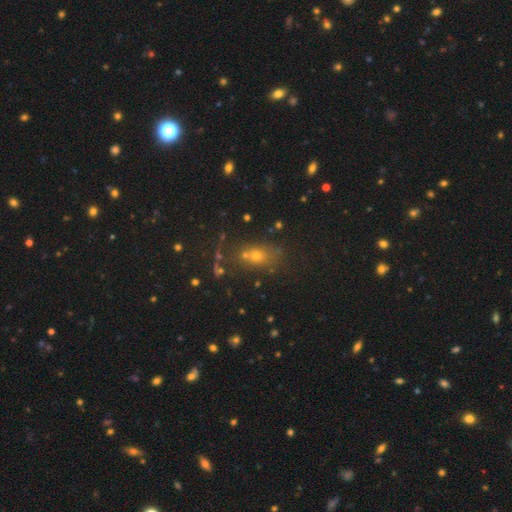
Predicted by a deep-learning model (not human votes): A smooth galaxy with no disk features (56%) that is in between round and cigar-shaped (51%).

Vote fractions:
- Smooth or featured? smooth: 56% / star or artifact: 30% / featured or disk: 14%
- How rounded? in between: 51% / round: 44% / cigar-shaped: 5%
- Merging? none: 58% / merger: 18% / minor disturbance: 15% / major disturbance: 9%